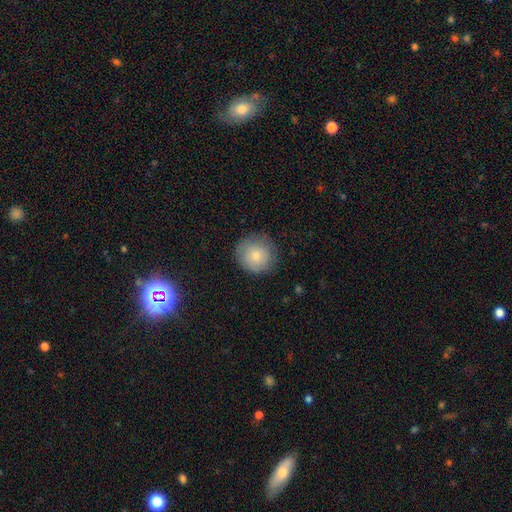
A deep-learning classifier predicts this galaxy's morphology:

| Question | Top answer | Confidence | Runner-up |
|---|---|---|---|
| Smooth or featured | smooth | 79% | featured or disk (14%) |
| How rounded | round | 91% | in between (8%) |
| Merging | none | 80% | minor disturbance (15%) |